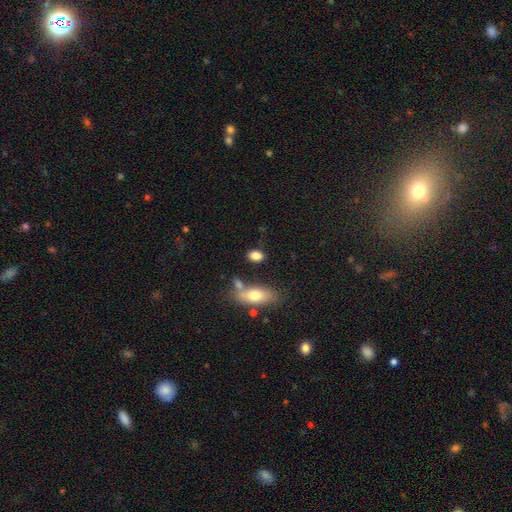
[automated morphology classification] Overall: smooth (83%). How rounded: in between (81%). Merging: none (71%).